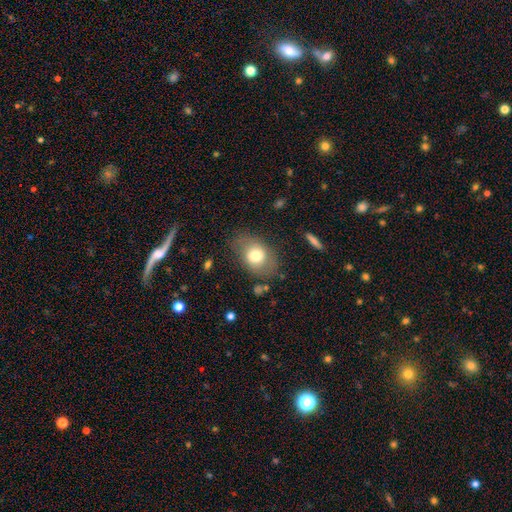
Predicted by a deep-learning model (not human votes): Smooth or featured: smooth — 71% (featured or disk — 21%)
How rounded: in between — 72% (round — 26%)
Merging: none — 71% (minor disturbance — 19%)